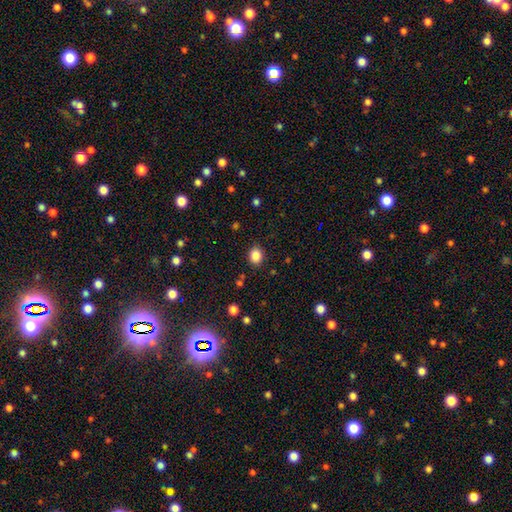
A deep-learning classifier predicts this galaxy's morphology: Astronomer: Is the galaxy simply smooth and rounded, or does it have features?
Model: smooth — 86%.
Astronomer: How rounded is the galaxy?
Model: round — 53% (runner-up: in between, 46%).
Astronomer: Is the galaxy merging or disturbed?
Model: none — 88%.